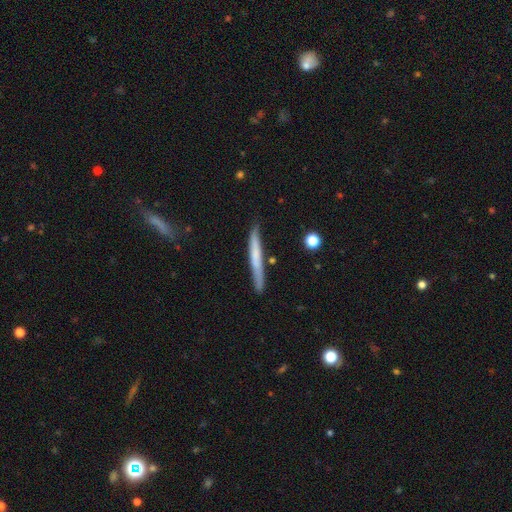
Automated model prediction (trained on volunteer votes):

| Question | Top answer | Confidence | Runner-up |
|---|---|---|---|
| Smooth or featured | smooth | 56% | featured or disk (38%) |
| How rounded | cigar-shaped | 96% | in between (2%) |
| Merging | none | 82% | minor disturbance (13%) |